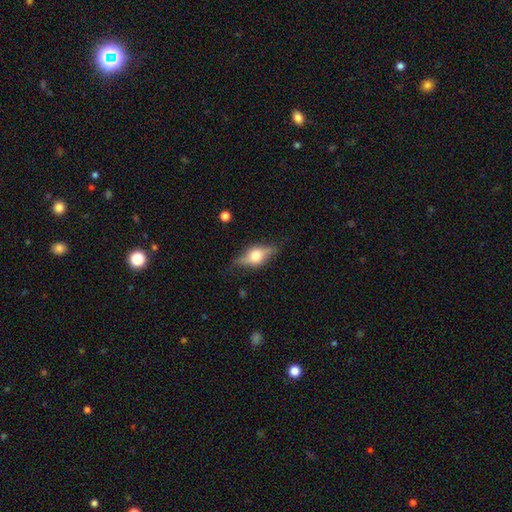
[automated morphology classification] The model was most divided on "smooth or featured": featured or disk: 62%, smooth: 31%, star or artifact: 7%. More confident: edge-on bulge — rounded (94%); edge-on disk — yes (89%); merging — none (77%).